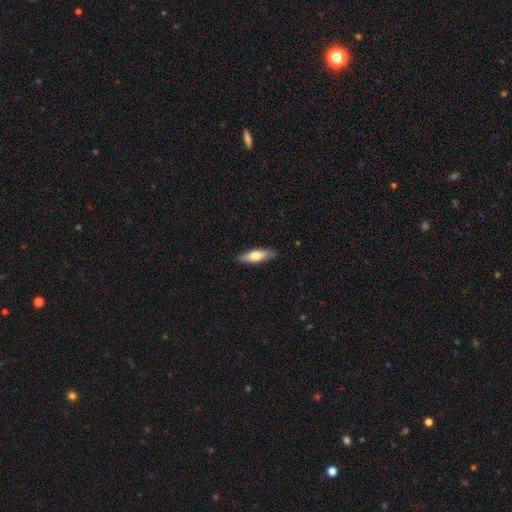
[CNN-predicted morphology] A smooth galaxy with no disk features (66%) that is in between round and cigar-shaped (49%, tied with cigar-shaped).

Vote fractions:
- Smooth or featured? smooth: 66% / featured or disk: 29% / star or artifact: 5%
- How rounded? in between: 49% (tied) / cigar-shaped: 49% (tied) / round: 2%
- Merging? none: 89% / minor disturbance: 8% / major disturbance: 2% / merger: 1%